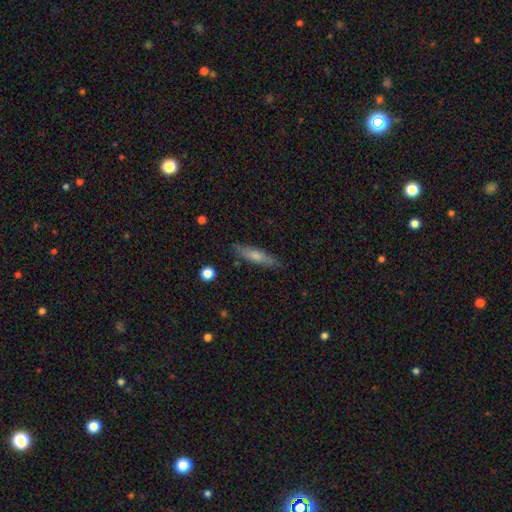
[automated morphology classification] Smooth or featured? smooth (65%)
How rounded? cigar-shaped (78%)
Merging? none (83%)